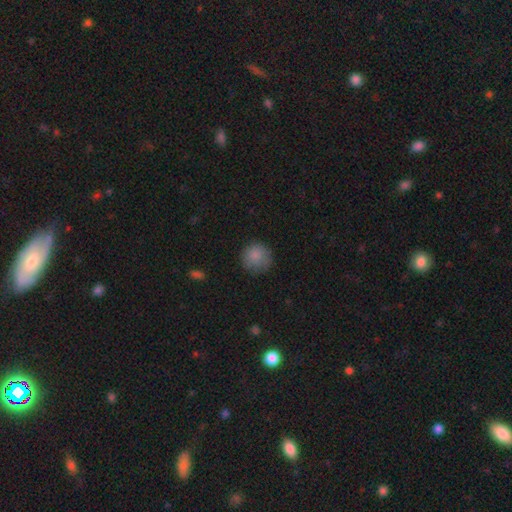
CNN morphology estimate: Q: Smooth or featured?
A: smooth (85%); runner-up: star or artifact (8%)
Q: How rounded?
A: round (93%); runner-up: in between (6%)
Q: Merging?
A: none (81%); runner-up: minor disturbance (14%)